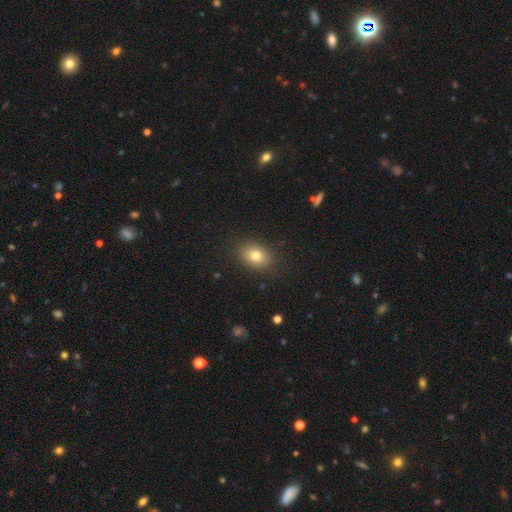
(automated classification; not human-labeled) Morphology: type=smooth (79%); roundness=in between (65%); merging=none (87%).